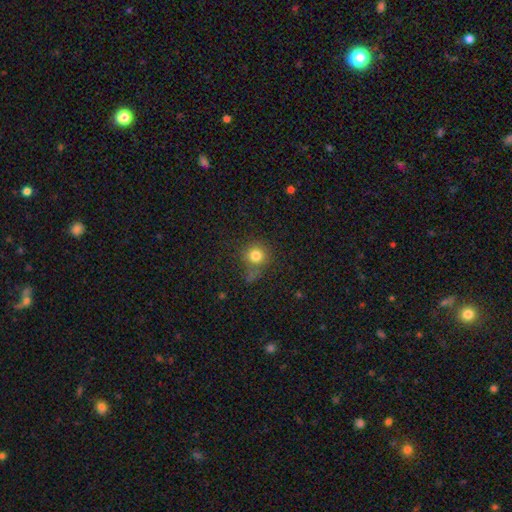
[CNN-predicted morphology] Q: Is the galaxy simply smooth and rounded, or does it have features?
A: smooth — 80%.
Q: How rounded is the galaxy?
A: round — 89%.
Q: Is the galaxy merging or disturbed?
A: none — 66%.